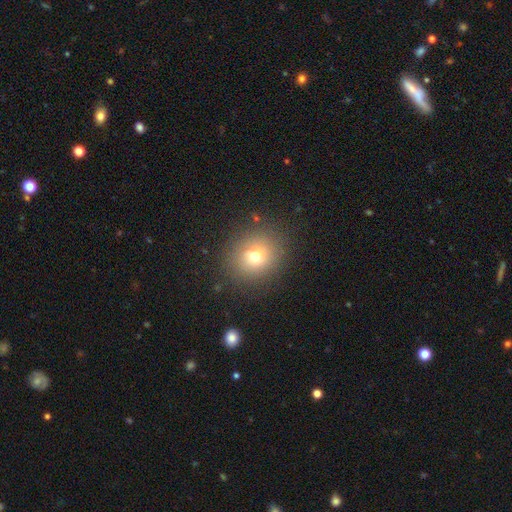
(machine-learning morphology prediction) A smooth galaxy with no disk features (71%) that is round (82%). Merging: none (84%).